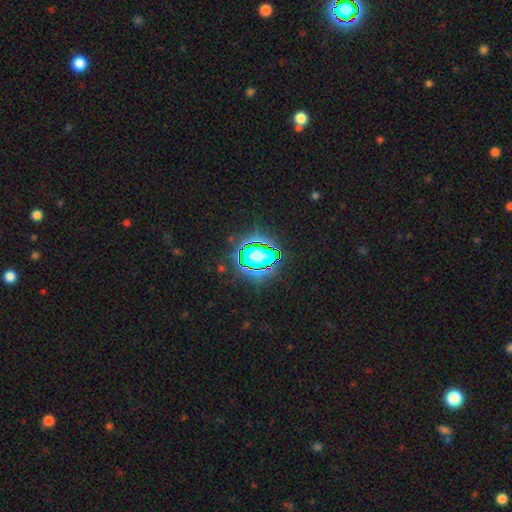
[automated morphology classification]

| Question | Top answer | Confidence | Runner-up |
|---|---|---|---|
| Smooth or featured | star or artifact | 63% | smooth (23%) |